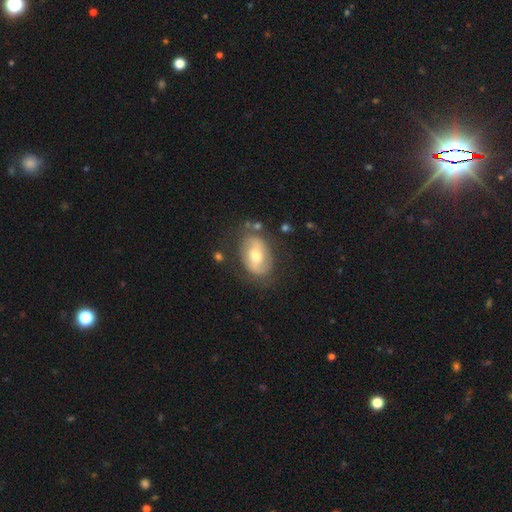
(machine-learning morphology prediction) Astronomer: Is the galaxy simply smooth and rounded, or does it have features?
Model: featured or disk — 55% (runner-up: smooth, 37%).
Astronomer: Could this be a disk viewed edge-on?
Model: no — 94%.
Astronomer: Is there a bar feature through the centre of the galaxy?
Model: no — 40% (runner-up: weak, 37%).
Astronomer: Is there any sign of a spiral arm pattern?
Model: yes — 55% (runner-up: no, 45%).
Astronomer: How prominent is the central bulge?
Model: moderate — 70%.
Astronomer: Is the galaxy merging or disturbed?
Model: none — 70%.